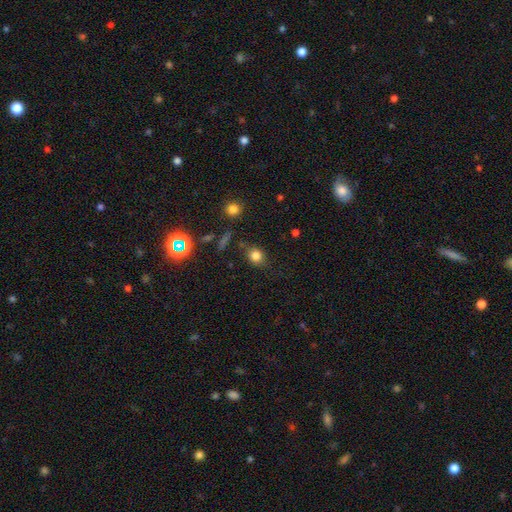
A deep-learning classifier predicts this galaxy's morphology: Smooth or featured? Predicted: smooth (p=0.78). How rounded? Predicted: round (p=0.65). Merging? Predicted: none (p=0.76).